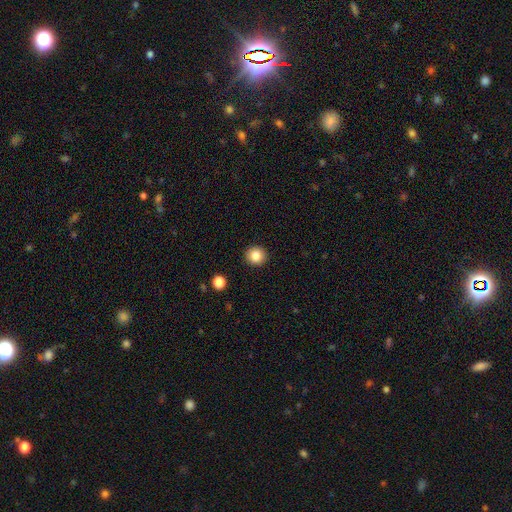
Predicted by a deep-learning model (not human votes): This appears to be a smooth galaxy with no disk features (85%) that is round (92%). Merging: none (92%).